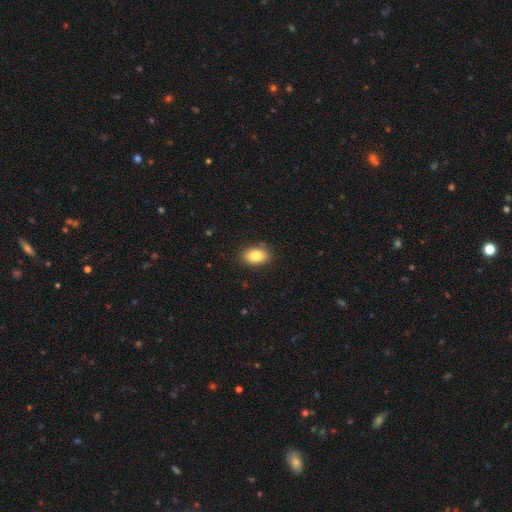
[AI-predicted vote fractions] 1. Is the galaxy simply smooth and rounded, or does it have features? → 83% smooth, 9% featured or disk, 8% star or artifact.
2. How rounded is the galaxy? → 85% in between, 13% round, 1% cigar-shaped.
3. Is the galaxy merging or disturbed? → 85% none, 11% minor disturbance, 2% major disturbance, 1% merger.